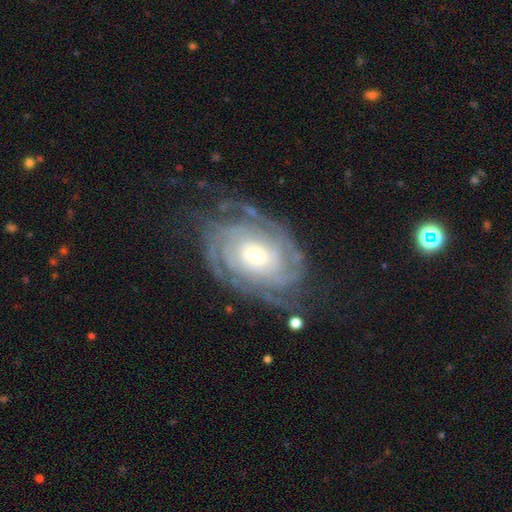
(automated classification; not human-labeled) Smooth or featured?
  - featured or disk: 89% *
  - smooth: 5%
  - star or artifact: 5%
Edge-on disk?
  - no: 96% *
  - yes: 4%
Bar?
  - no: 68% *
  - weak: 23%
  - strong: 9%
Spiral arms?
  - yes: 97% *
  - no: 3%
Spiral winding?
  - tight: 78% *
  - medium: 18%
  - loose: 4%
Spiral arm count?
  - can't tell: 30% *
  - 4: 18%
  - 3: 17%
  - 2: 17%
  - more than 4: 11%
  - 1: 7%
Bulge size?
  - moderate: 52% *
  - small: 42%
  - large: 4%
  - dominant: 1%
  - none: 1%
Merging?
  - none: 71% *
  - minor disturbance: 18%
  - major disturbance: 9%
  - merger: 2%